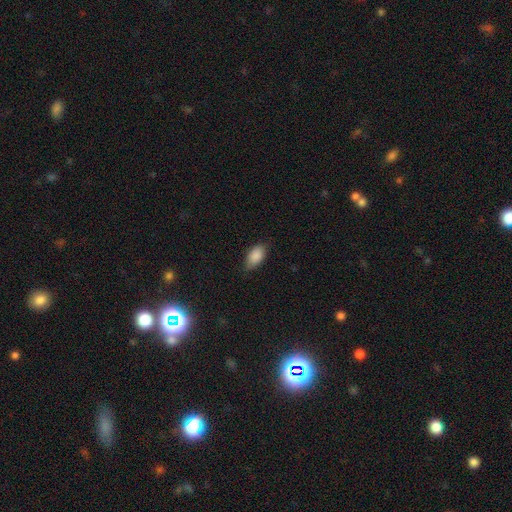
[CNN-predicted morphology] smooth-or-featured: smooth: 88% | star or artifact: 7% | featured or disk: 5%
  how-rounded: in between: 92% | round: 5% | cigar-shaped: 4%
  merging: none: 74% | minor disturbance: 21% | major disturbance: 4% | merger: 1%